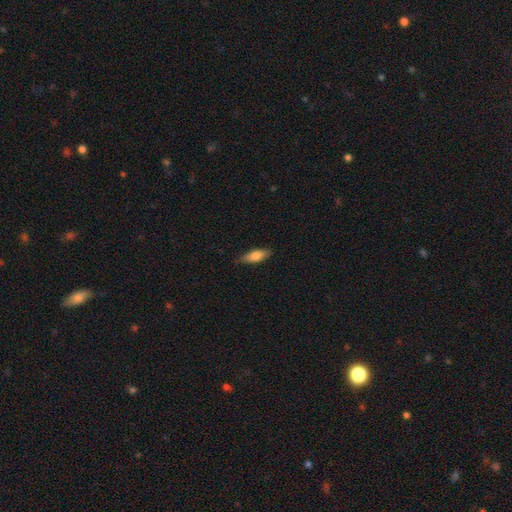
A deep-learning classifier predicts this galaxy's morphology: smooth_or_featured: smooth (p=0.77) [alt: featured or disk p=0.17]
how_rounded: in between (p=0.65) [alt: cigar-shaped p=0.32]
merging: none (p=0.83) [alt: minor disturbance p=0.14]